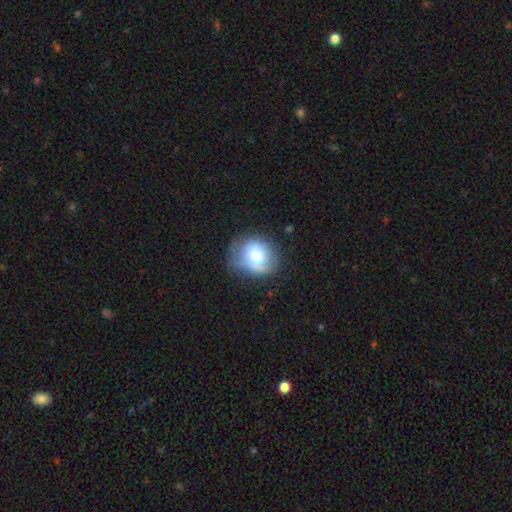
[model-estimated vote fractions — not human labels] A smooth galaxy with no disk features (65%) that is round (71%).

Vote fractions:
- Smooth or featured? smooth: 65% / featured or disk: 27% / star or artifact: 8%
- How rounded? round: 71% / in between: 28% / cigar-shaped: 1%
- Merging? none: 52% / minor disturbance: 31% / major disturbance: 14% / merger: 3%